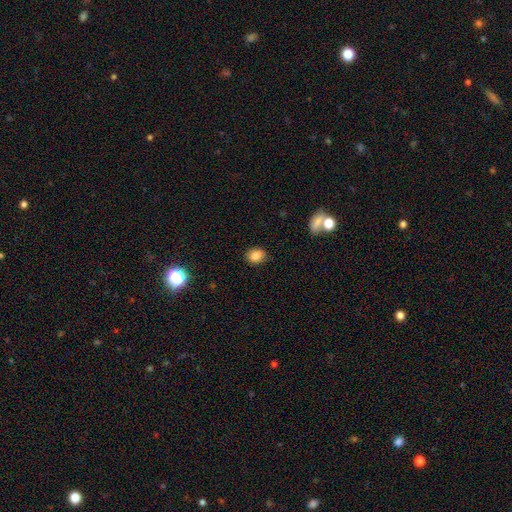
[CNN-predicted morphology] smooth 84%, star or artifact 11%, featured or disk 5%. Down the decision tree: how rounded — round (56%); merging — none (87%).